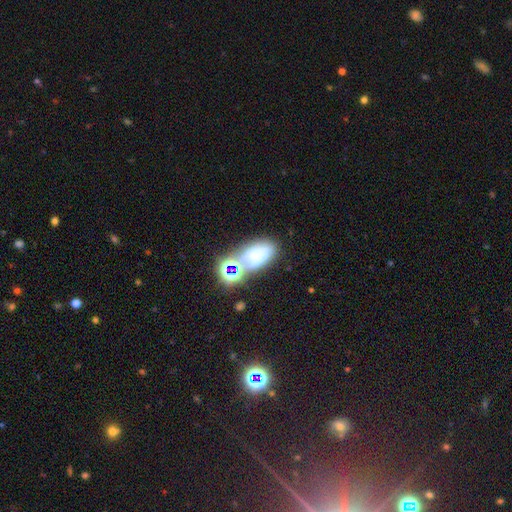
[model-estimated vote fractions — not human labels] smooth_or_featured: smooth (p=0.38) [alt: featured or disk p=0.33]
merging: none (p=0.38) [alt: merger p=0.24]